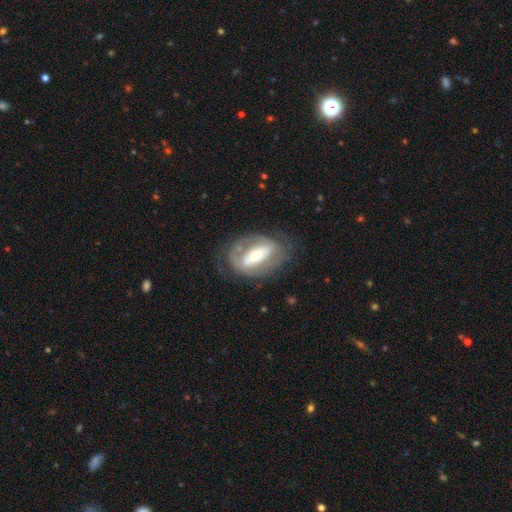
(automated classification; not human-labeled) Overall: featured or disk (72%). Edge-on disk: no (92%). Bar: strong (45%; no 30%). Spiral arms: yes (56%; no 44%). Bulge size: moderate (53%; small 37%). Merging: none (65%).